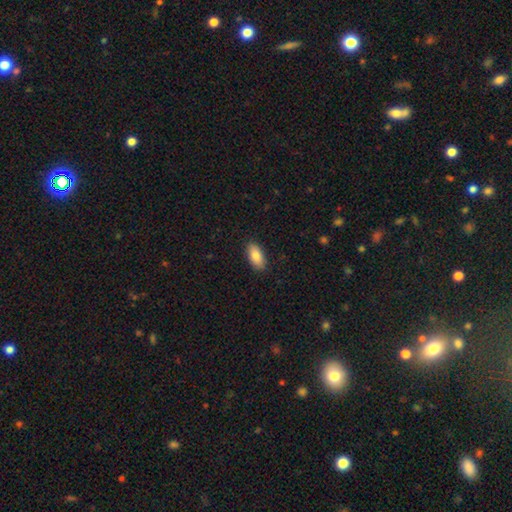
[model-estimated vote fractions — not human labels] smooth-or-featured: smooth: 85% | featured or disk: 9% | star or artifact: 7%
  how-rounded: in between: 90% | cigar-shaped: 7% | round: 2%
  merging: none: 89% | minor disturbance: 8% | major disturbance: 2% | merger: 1%